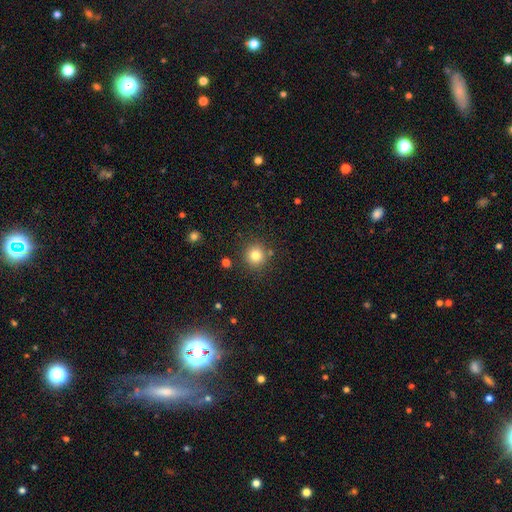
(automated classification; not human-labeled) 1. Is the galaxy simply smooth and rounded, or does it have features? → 81% smooth, 12% star or artifact, 7% featured or disk.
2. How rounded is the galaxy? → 93% round, 6% in between, 1% cigar-shaped.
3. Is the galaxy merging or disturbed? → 86% none, 7% minor disturbance, 4% merger, 3% major disturbance.